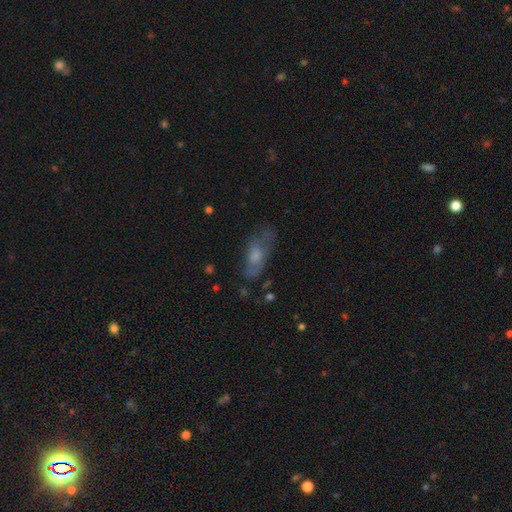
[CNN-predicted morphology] This appears to be a smooth galaxy with no disk features (50%) that is in between round and cigar-shaped (74%). Merging: none (56%).